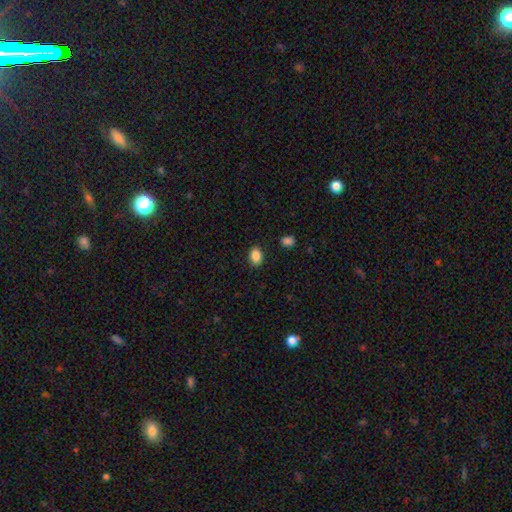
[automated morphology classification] A smooth galaxy with no disk features (88%) that is in between round and cigar-shaped (80%).

Vote fractions:
- Smooth or featured? smooth: 88% / star or artifact: 8% / featured or disk: 3%
- How rounded? in between: 80% / round: 19% / cigar-shaped: 1%
- Merging? none: 87% / minor disturbance: 8% / major disturbance: 2% / merger: 2%